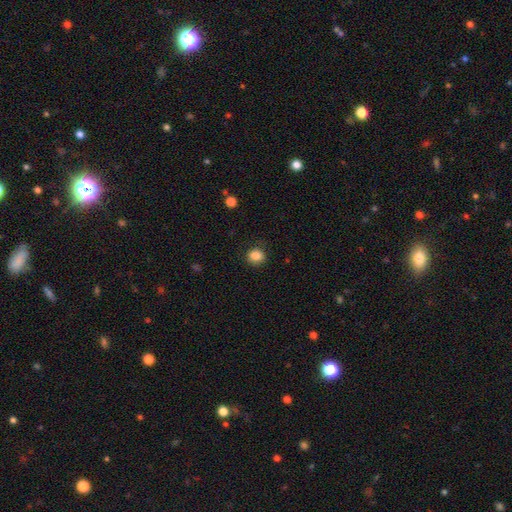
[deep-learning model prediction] Smooth or featured? smooth (86%)
How rounded? round (74%)
Merging? none (85%)